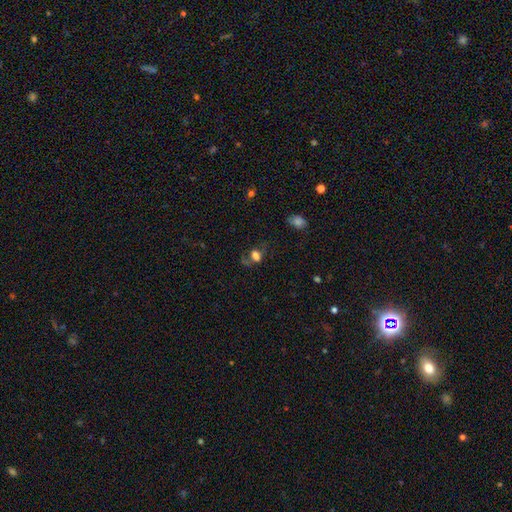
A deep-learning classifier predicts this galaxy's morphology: Smooth or featured: smooth — 61% (featured or disk — 21%)
How rounded: in between — 68% (round — 29%)
Merging: none — 45% (major disturbance — 26%)